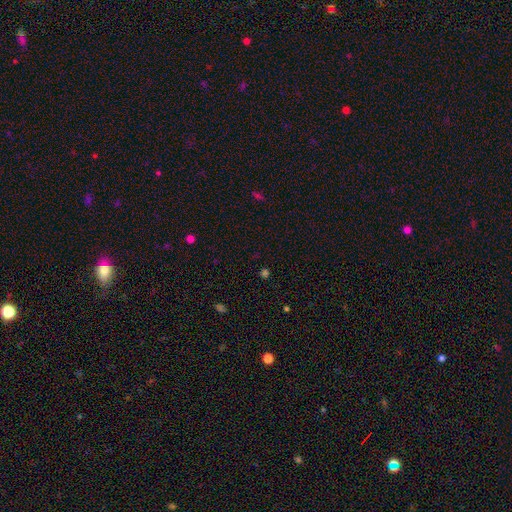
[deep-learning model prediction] A star or artifact, not a galaxy (50%).